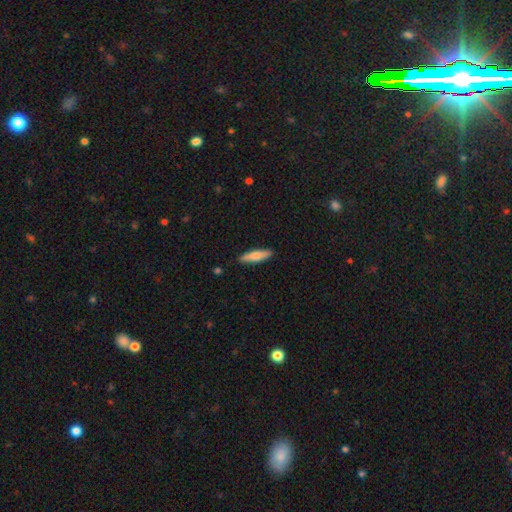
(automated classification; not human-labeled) smooth 74%, featured or disk 21%, star or artifact 5%. Down the decision tree: how rounded — cigar-shaped (74%); merging — none (90%).